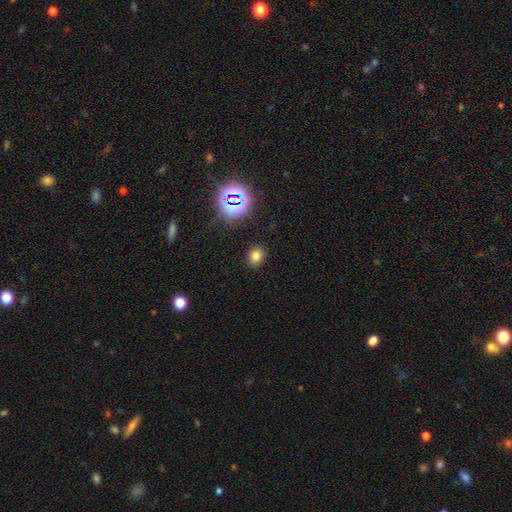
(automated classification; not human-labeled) Smooth or featured?
  - smooth: 75% *
  - star or artifact: 19%
  - featured or disk: 6%
How rounded?
  - round: 53% *
  - in between: 46%
  - cigar-shaped: 1%
Merging?
  - none: 88% *
  - minor disturbance: 8%
  - major disturbance: 3%
  - merger: 1%